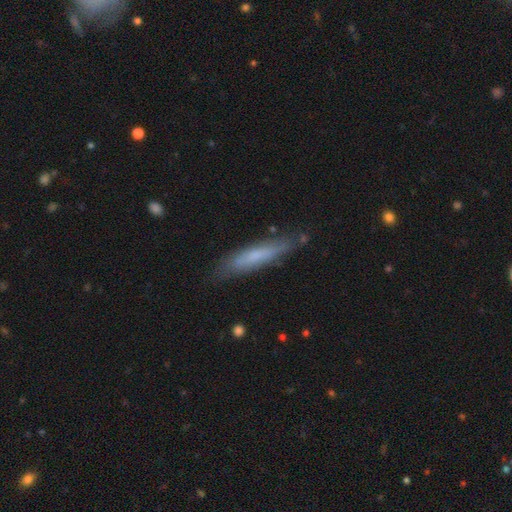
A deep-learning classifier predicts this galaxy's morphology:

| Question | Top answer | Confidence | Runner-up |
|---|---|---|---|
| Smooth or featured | smooth | 61% | featured or disk (33%) |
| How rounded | cigar-shaped | 89% | in between (9%) |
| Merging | none | 80% | minor disturbance (15%) |